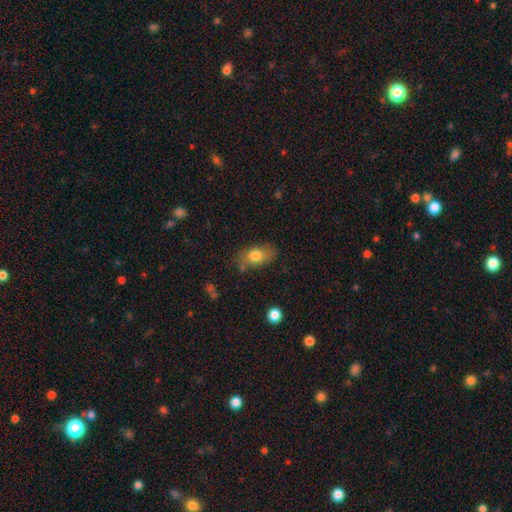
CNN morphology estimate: This is likely a smooth galaxy (77%). How rounded: clearly in between (83%). Merging: likely none (69%).